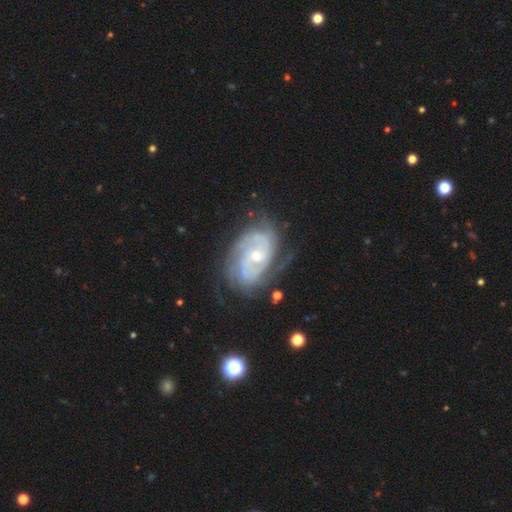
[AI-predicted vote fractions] A featured or disk galaxy (88%) with no bar (58%), 2 (54%) tight (58%) spiral arms (96%) and a small central bulge (54%). Merging: none (68%).